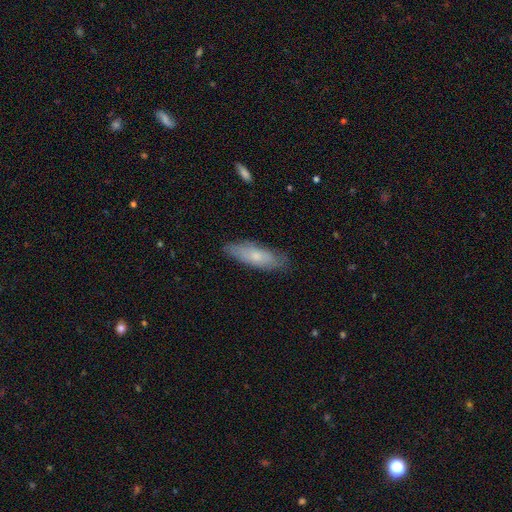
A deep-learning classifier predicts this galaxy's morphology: Smooth or featured? Predicted: smooth (p=0.67). How rounded? Predicted: in between (p=0.52). Merging? Predicted: none (p=0.79).